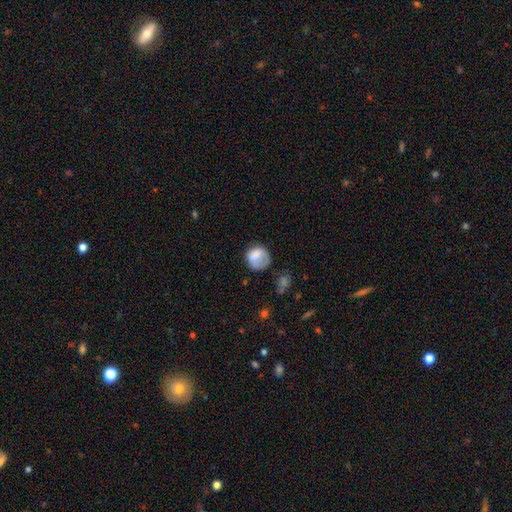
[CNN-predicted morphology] Overall: smooth (76%). How rounded: round (77%). Merging: none (50%; minor disturbance 28%).